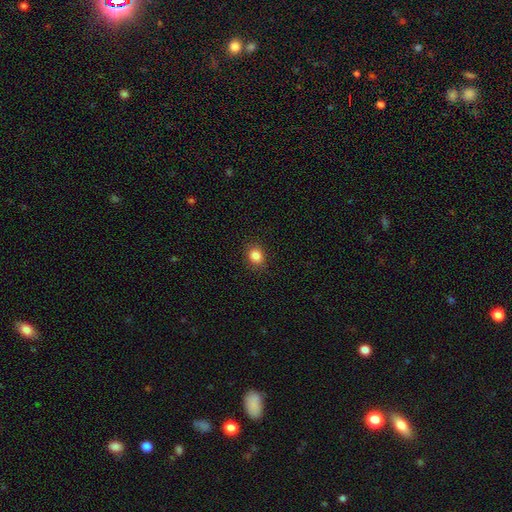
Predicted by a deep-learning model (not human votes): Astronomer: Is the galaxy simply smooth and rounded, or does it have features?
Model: smooth — 85%.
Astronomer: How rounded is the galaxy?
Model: round — 61% (runner-up: in between, 38%).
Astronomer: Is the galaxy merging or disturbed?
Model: none — 88%.